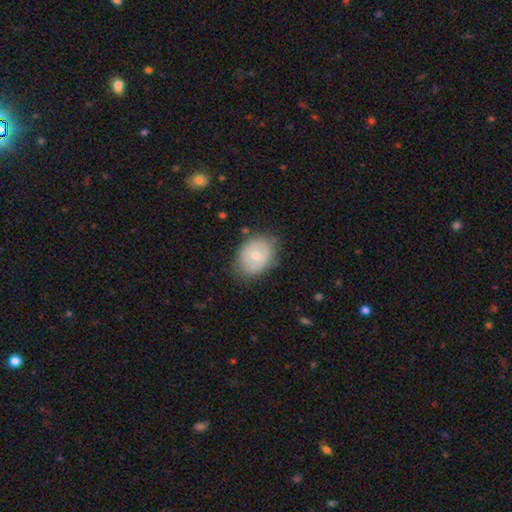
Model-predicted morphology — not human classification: A smooth galaxy with no disk features (52%) that is in between round and cigar-shaped (59%).

Vote fractions:
- Smooth or featured? smooth: 52% / featured or disk: 42% / star or artifact: 7%
- How rounded? in between: 59% / round: 41% / cigar-shaped: 1%
- Merging? none: 72% / minor disturbance: 20% / major disturbance: 6% / merger: 2%